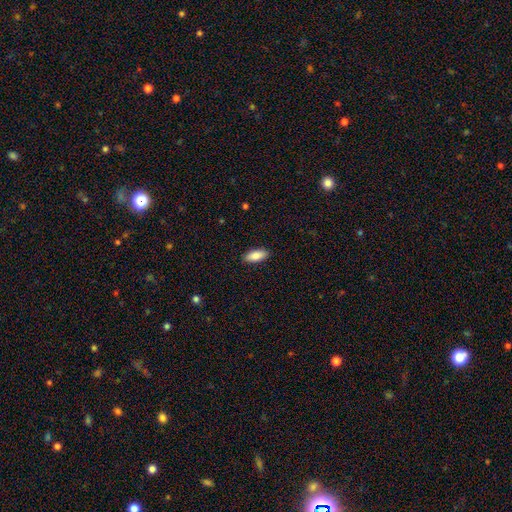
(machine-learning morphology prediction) A smooth galaxy with no disk features (87%) that is in between round and cigar-shaped (83%). Merging: none (90%).